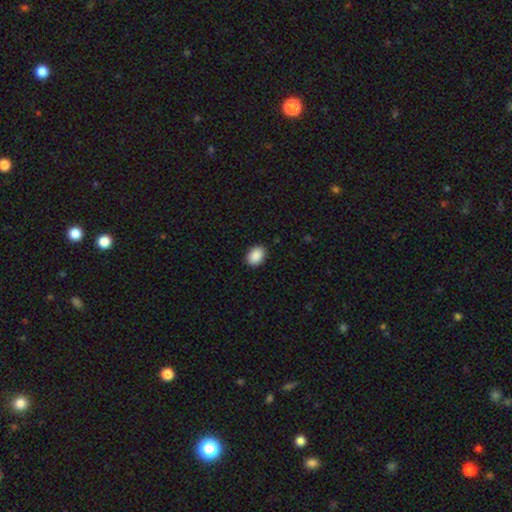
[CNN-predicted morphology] Smooth or featured? Predicted: smooth (p=0.90). How rounded? Predicted: in between (p=0.76). Merging? Predicted: none (p=0.90).